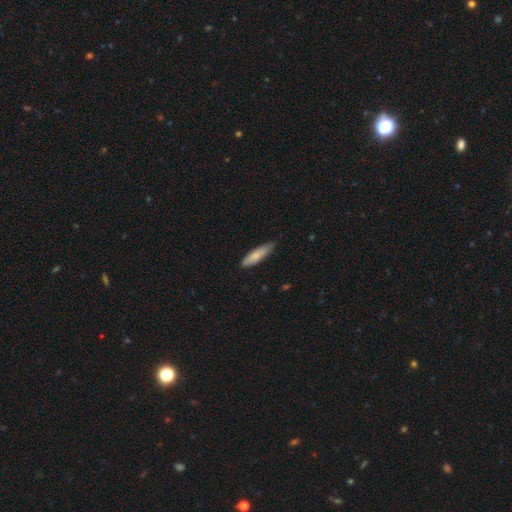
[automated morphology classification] A smooth galaxy with no disk features (75%) that is cigar-shaped (66%).

Vote fractions:
- Smooth or featured? smooth: 75% / featured or disk: 20% / star or artifact: 5%
- How rounded? cigar-shaped: 66% / in between: 32% / round: 2%
- Merging? none: 80% / minor disturbance: 17% / major disturbance: 2% / merger: 1%